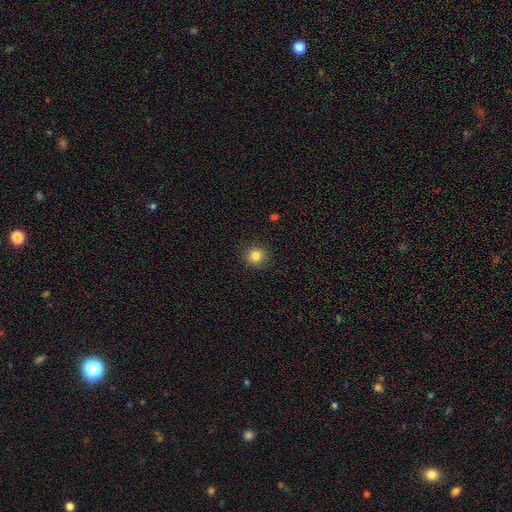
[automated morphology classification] This appears to be a smooth galaxy with no disk features (83%) that is round (93%). Merging: none (92%).